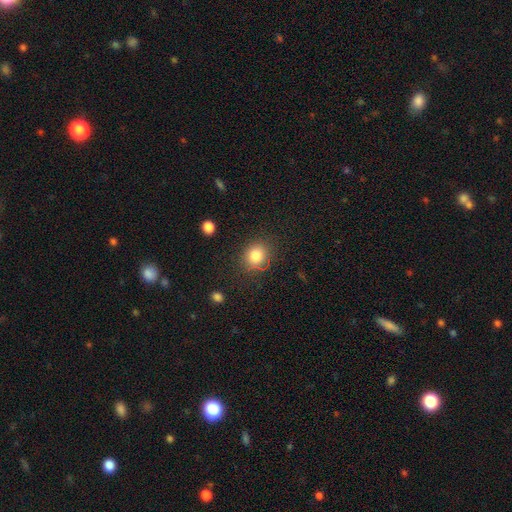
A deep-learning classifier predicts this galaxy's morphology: This appears to be a smooth galaxy with no disk features (83%) that is round (72%). Merging: none (80%).